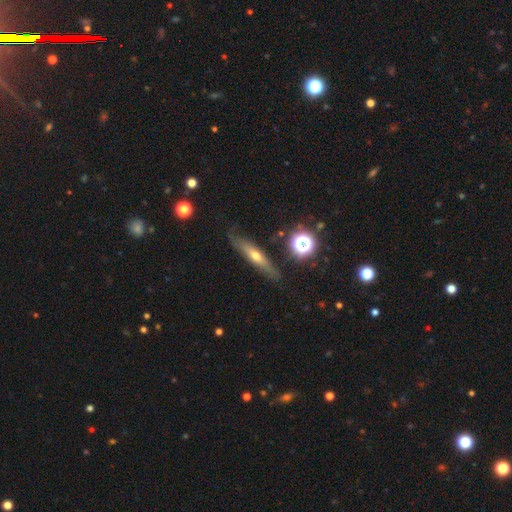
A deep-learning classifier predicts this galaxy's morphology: Q: Smooth or featured?
A: featured or disk (50%); runner-up: smooth (40%)
Q: Edge-on disk?
A: yes (82%); runner-up: no (18%)
Q: Merging?
A: none (81%); runner-up: minor disturbance (13%)